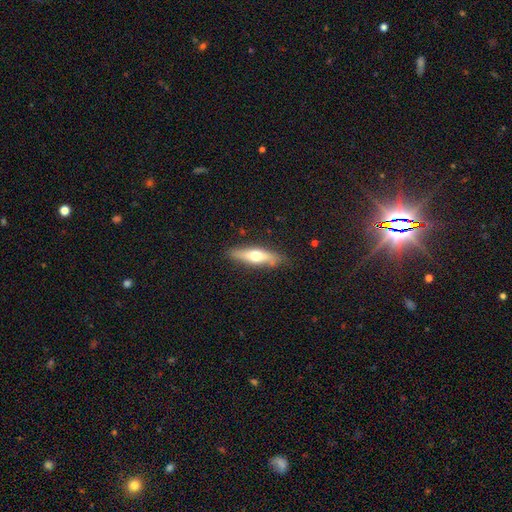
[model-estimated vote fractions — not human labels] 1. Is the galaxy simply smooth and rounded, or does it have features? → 51% smooth, 43% featured or disk, 6% star or artifact.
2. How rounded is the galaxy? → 69% cigar-shaped, 29% in between, 2% round.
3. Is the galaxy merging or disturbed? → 80% none, 15% minor disturbance, 3% major disturbance, 2% merger.